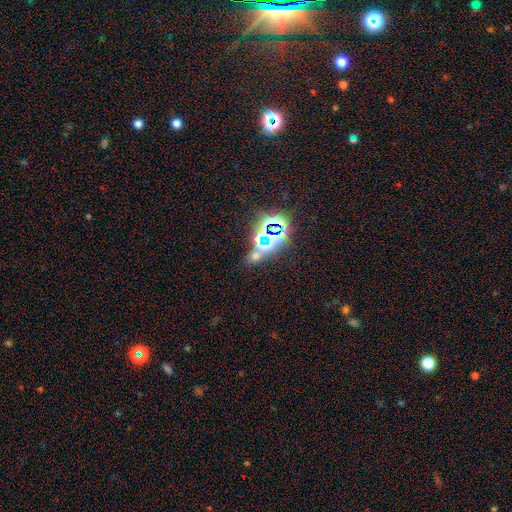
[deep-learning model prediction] Smooth or featured: star or artifact — 56% (smooth — 35%)